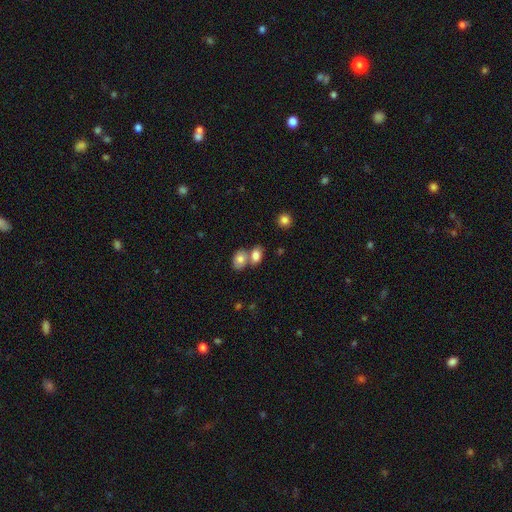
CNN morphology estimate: Smooth or featured? smooth (81%)
How rounded? in between (79%)
Merging? merger (50%)